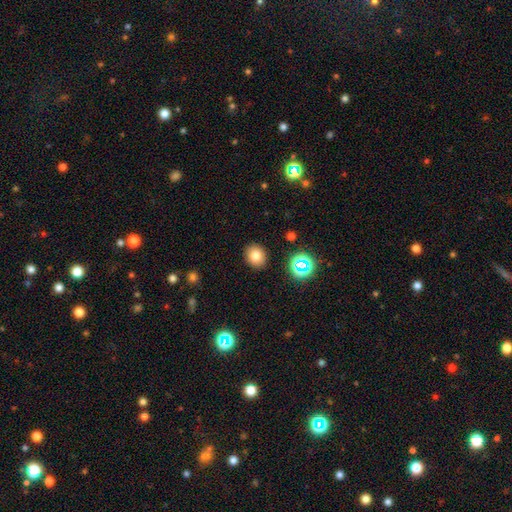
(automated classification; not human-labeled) smooth_or_featured: smooth (p=0.77) [alt: star or artifact p=0.14]
how_rounded: round (p=0.68) [alt: in between p=0.31]
merging: none (p=0.89) [alt: minor disturbance p=0.07]